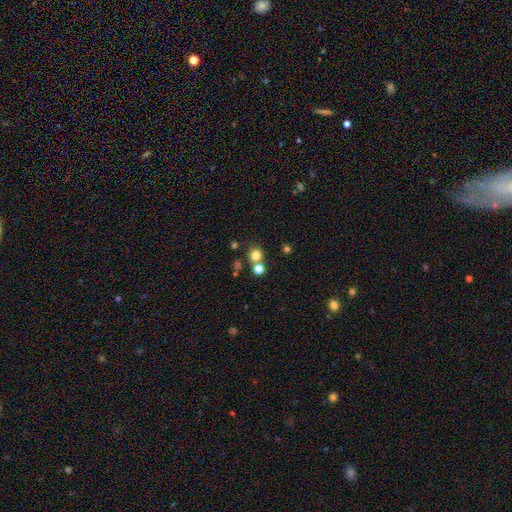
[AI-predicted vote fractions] Smooth or featured? Predicted: smooth (p=0.76). How rounded? Predicted: round (p=0.86). Merging? Predicted: none (p=0.66).